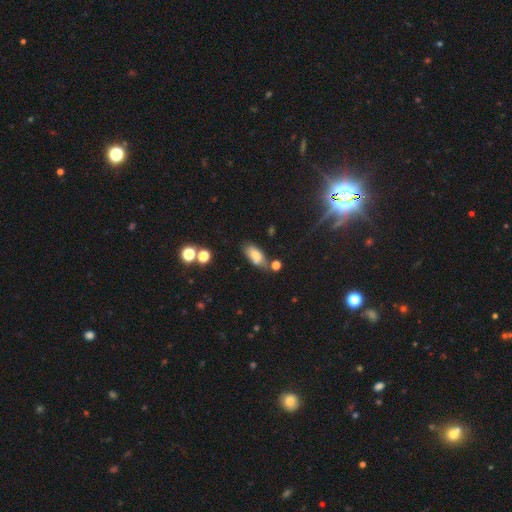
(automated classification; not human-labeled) This appears to be a smooth galaxy with no disk features (75%) that is in between round and cigar-shaped (85%). Merging: none (64%).